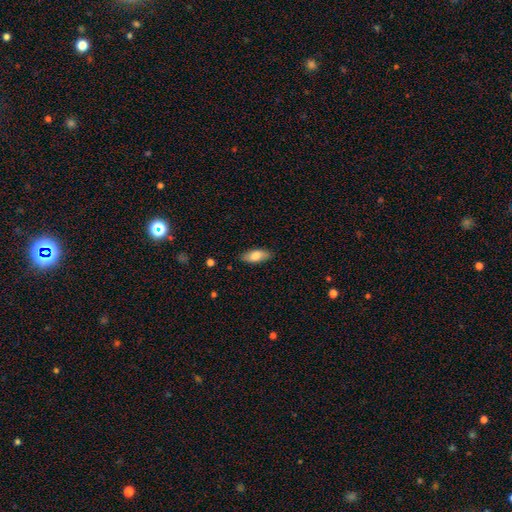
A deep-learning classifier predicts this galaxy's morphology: Smooth or featured? smooth (79%)
How rounded? in between (83%)
Merging? none (85%)